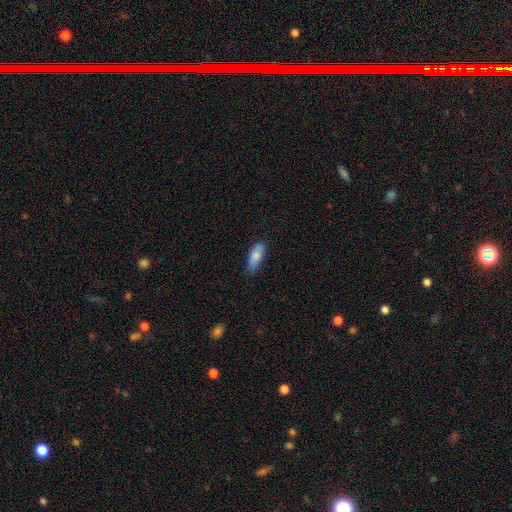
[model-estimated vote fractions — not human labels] A smooth galaxy with no disk features (79%) that is in between round and cigar-shaped (70%).

Vote fractions:
- Smooth or featured? smooth: 79% / featured or disk: 15% / star or artifact: 6%
- How rounded? in between: 70% / cigar-shaped: 27% / round: 2%
- Merging? none: 69% / minor disturbance: 25% / major disturbance: 4% / merger: 1%